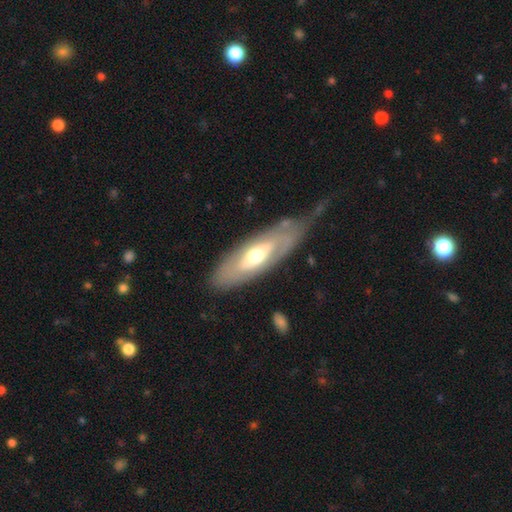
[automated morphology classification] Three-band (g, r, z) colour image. It shows a featured or disk galaxy (58%). Merging: none (63%).